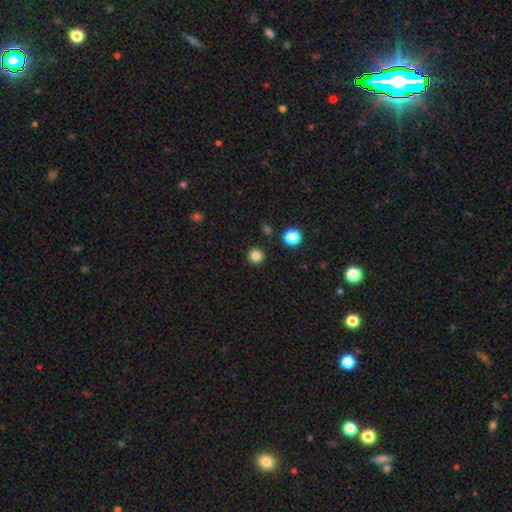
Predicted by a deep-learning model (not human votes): This appears to be a smooth galaxy with no disk features (83%) that is round (95%). Merging: none (92%).